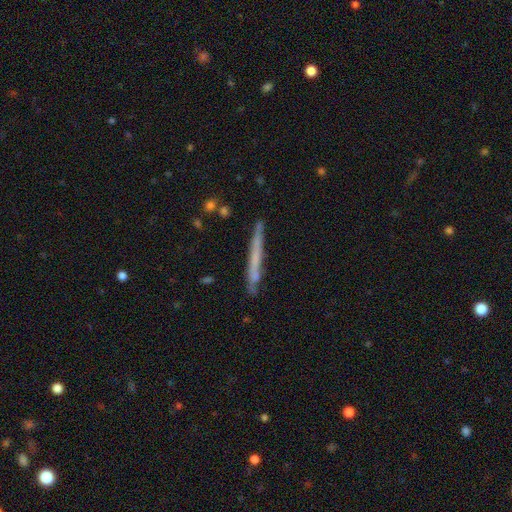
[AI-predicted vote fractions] Morphology: type=smooth (50%); merging=none (83%).